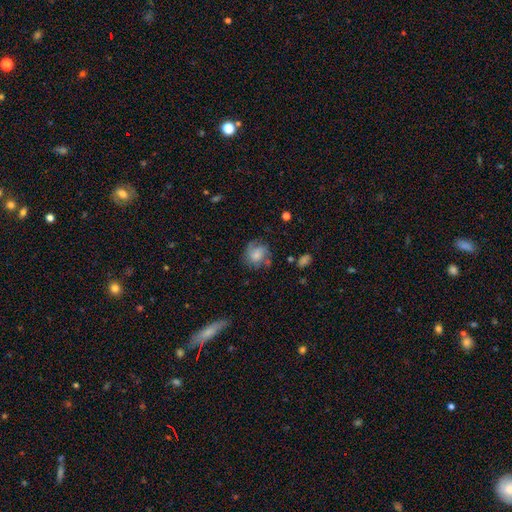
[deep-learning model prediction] Smooth or featured? Predicted: featured or disk (p=0.49). Merging? Predicted: none (p=0.66).